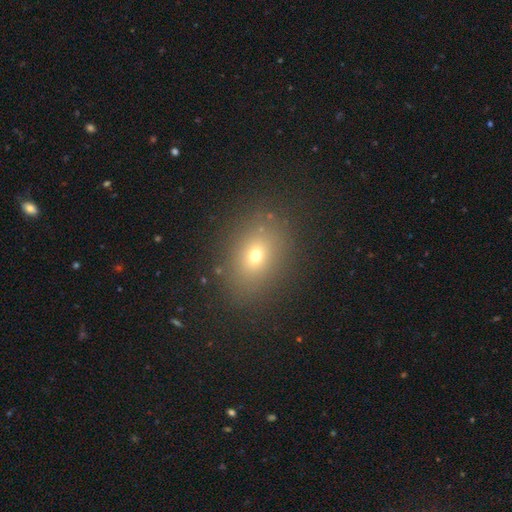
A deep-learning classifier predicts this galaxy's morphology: A smooth galaxy with no disk features (67%) that is in between round and cigar-shaped (60%). Merging: none (85%).